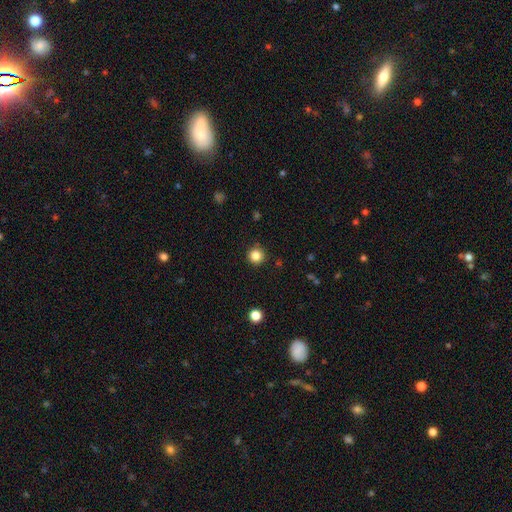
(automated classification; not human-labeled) Smooth or featured? smooth (84%)
How rounded? round (96%)
Merging? none (91%)